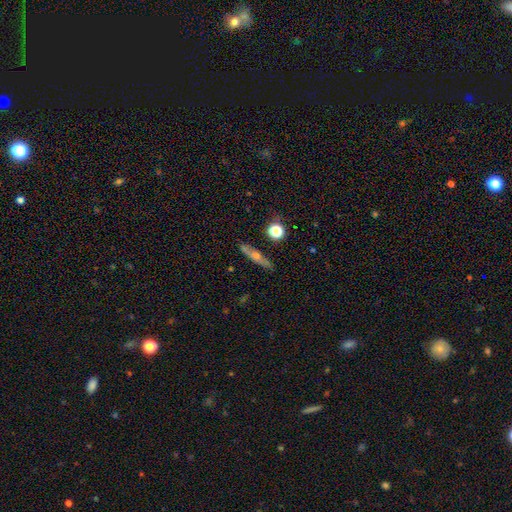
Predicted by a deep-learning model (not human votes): Smooth or featured?
  - featured or disk: 55% *
  - smooth: 34%
  - star or artifact: 11%
Edge-on disk?
  - yes: 79% *
  - no: 21%
Merging?
  - none: 83% *
  - minor disturbance: 12%
  - major disturbance: 3%
  - merger: 3%